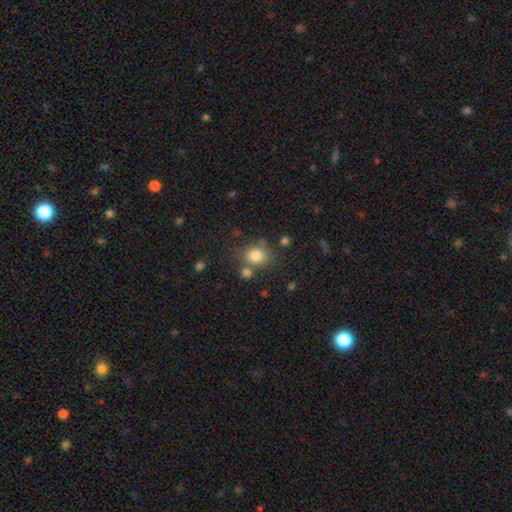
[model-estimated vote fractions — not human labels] Q: Smooth or featured?
A: smooth (80%); runner-up: star or artifact (12%)
Q: How rounded?
A: round (60%); runner-up: in between (39%)
Q: Merging?
A: none (62%); runner-up: merger (16%)